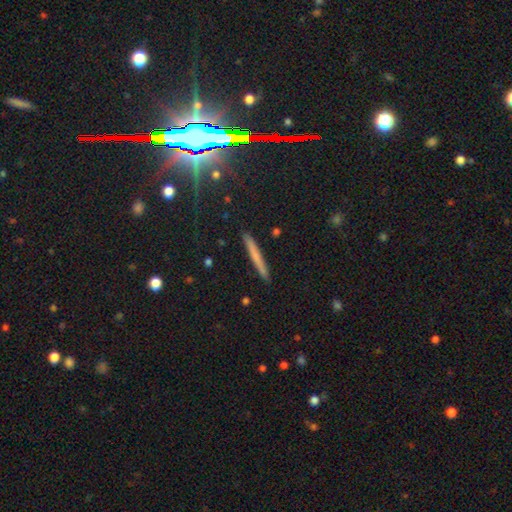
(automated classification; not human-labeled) Morphology: type=smooth (60%); roundness=cigar-shaped (96%); merging=none (90%).